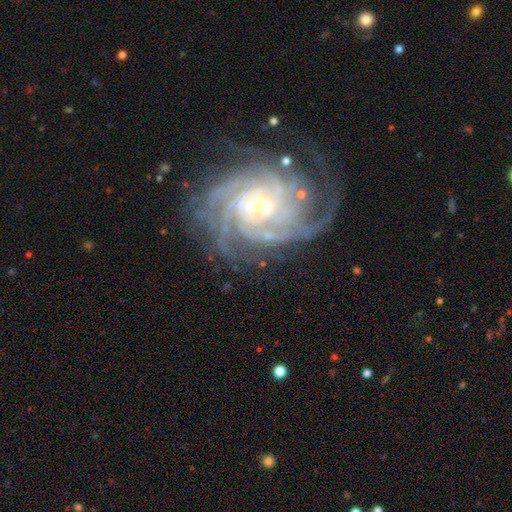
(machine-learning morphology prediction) smooth_or_featured: featured or disk (p=0.88) [alt: star or artifact p=0.08]
disk_edge_on: no (p=0.97) [alt: yes p=0.03]
bar: weak (p=0.42) [alt: no p=0.39]
has_spiral_arms: yes (p=0.98) [alt: no p=0.02]
spiral_winding: tight (p=0.73) [alt: medium p=0.23]
spiral_arm_count: 4 (p=0.28) [alt: can't tell p=0.19]
bulge_size: small (p=0.46) [alt: moderate p=0.41]
merging: none (p=0.76) [alt: minor disturbance p=0.15]